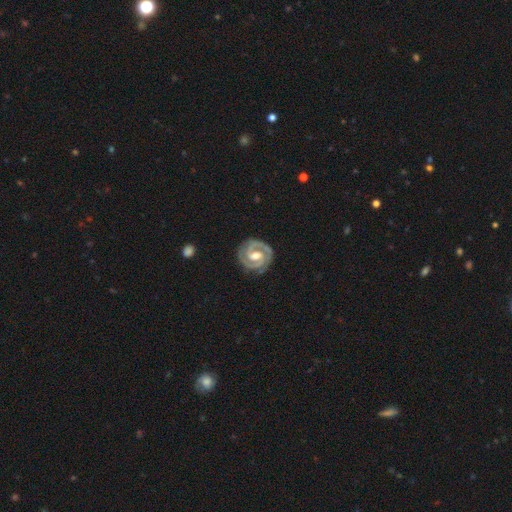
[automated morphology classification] type=featured or disk (92%); edge-on=no (98%); bar=weak (46%); spiral arms=yes (98%); winding=tight (68%); arm count=2 (91%); bulge=moderate (72%); merging=none (85%).